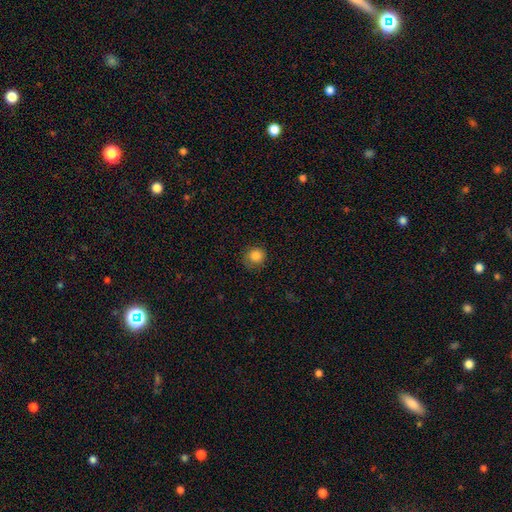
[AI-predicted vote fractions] Smooth or featured? smooth (84%)
How rounded? round (86%)
Merging? none (77%)